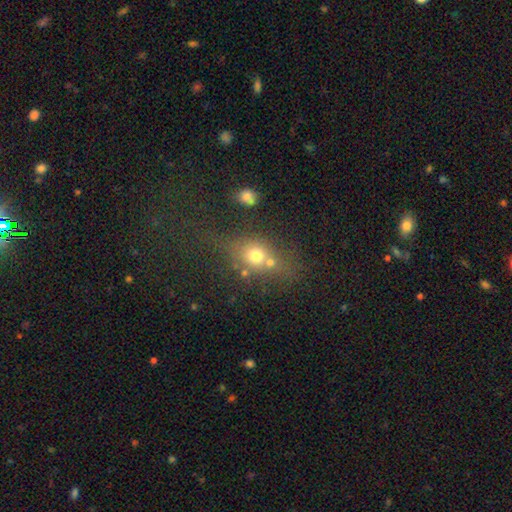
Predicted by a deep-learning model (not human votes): smooth 63%, star or artifact 20%, featured or disk 17%. Down the decision tree: how rounded — round (58%); merging — none (47%).